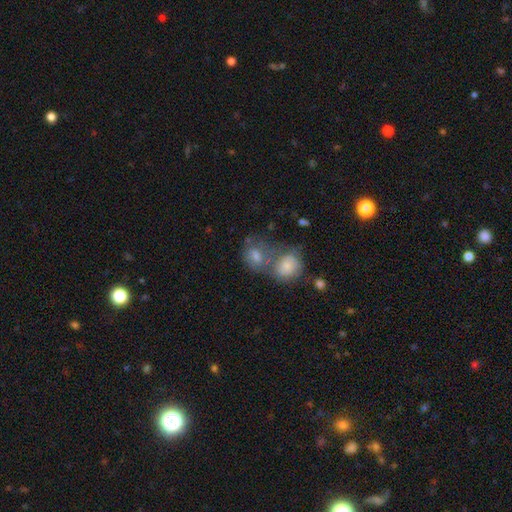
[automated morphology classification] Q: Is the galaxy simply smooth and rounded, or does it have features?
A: smooth — 65%.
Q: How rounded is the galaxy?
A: round — 57%.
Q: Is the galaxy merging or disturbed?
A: merger — 54%.